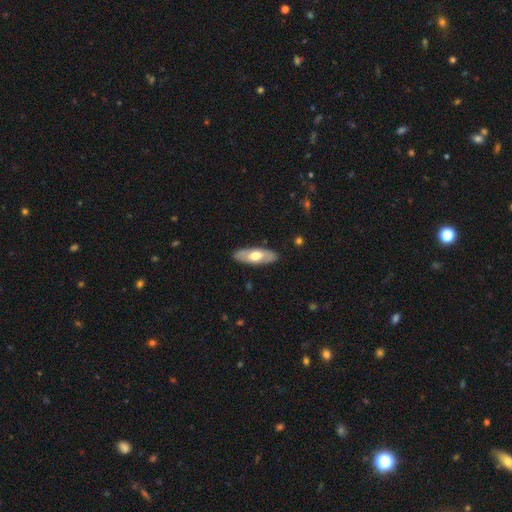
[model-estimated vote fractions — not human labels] Overall: smooth (52%; featured or disk 43%). How rounded: in between (75%). Merging: none (88%).